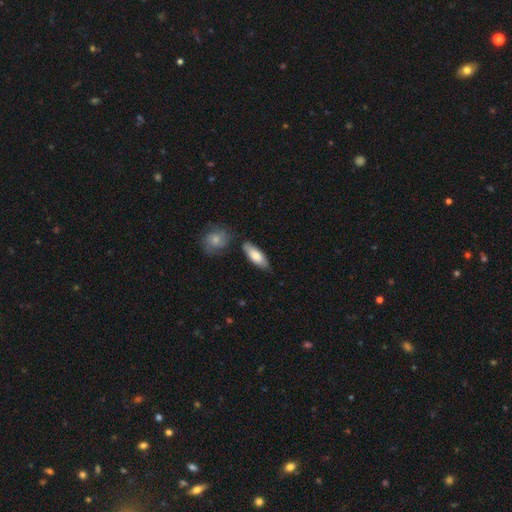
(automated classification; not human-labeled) Morphology: type=smooth (74%); roundness=in between (75%); merging=none (71%).